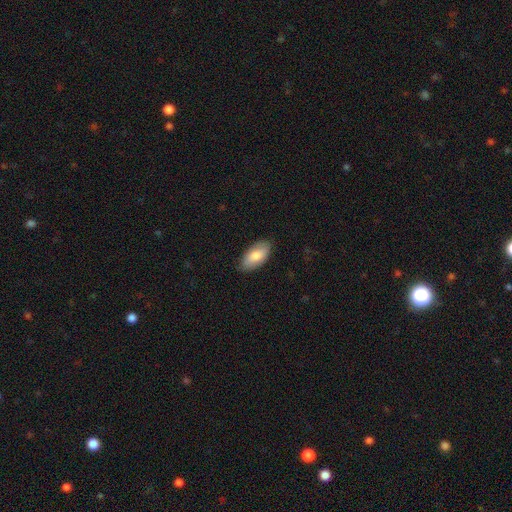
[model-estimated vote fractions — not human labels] smooth-or-featured: smooth: 78% | featured or disk: 16% | star or artifact: 6%
  how-rounded: in between: 94% | cigar-shaped: 4% | round: 2%
  merging: none: 85% | minor disturbance: 12% | major disturbance: 2% | merger: 1%